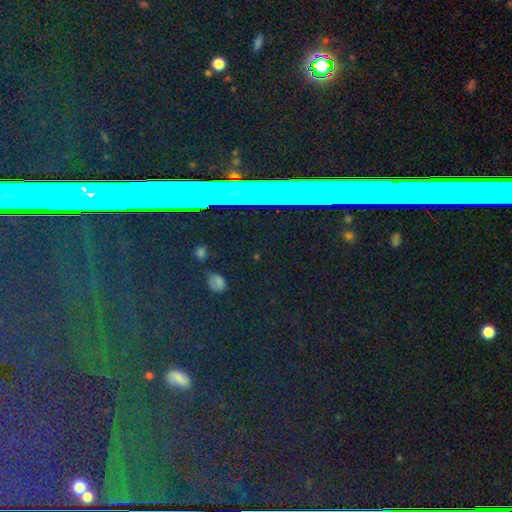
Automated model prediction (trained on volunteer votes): Smooth or featured? Predicted: star or artifact (p=0.78).